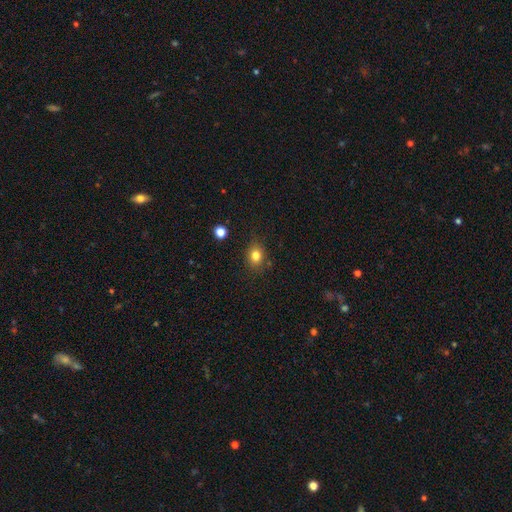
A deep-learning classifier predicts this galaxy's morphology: Smooth or featured? smooth (81%)
How rounded? round (54%)
Merging? none (80%)